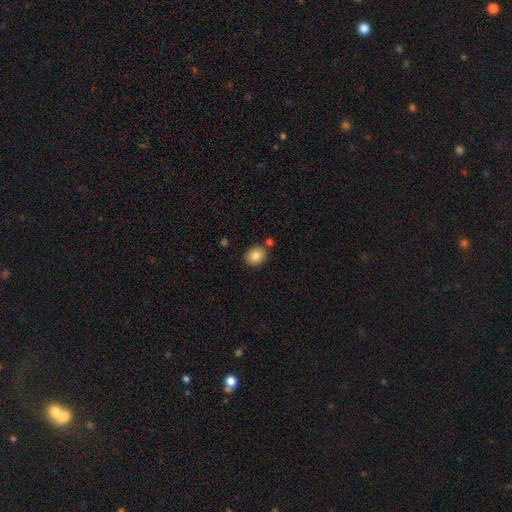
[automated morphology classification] This appears to be a smooth galaxy with no disk features (86%) that is round (64%). Merging: none (79%).